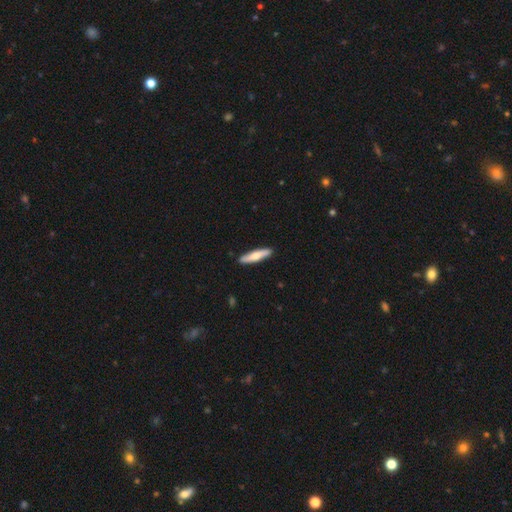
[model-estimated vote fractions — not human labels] A smooth galaxy with no disk features (60%) that is cigar-shaped (83%).

Vote fractions:
- Smooth or featured? smooth: 60% / featured or disk: 36% / star or artifact: 5%
- How rounded? cigar-shaped: 83% / in between: 16% / round: 2%
- Merging? none: 90% / minor disturbance: 7% / major disturbance: 1% / merger: 1%